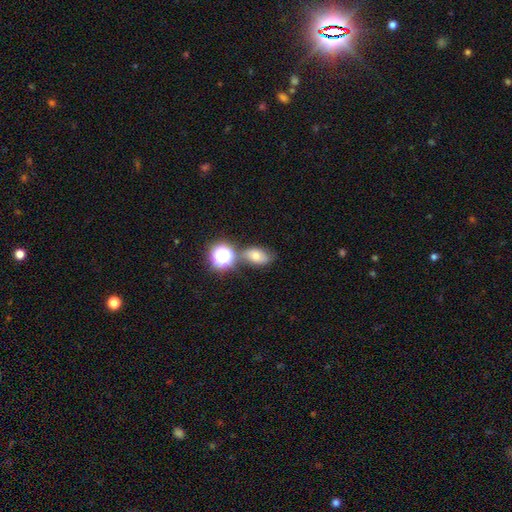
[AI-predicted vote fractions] Smooth or featured? smooth (61%)
How rounded? in between (77%)
Merging? none (60%)